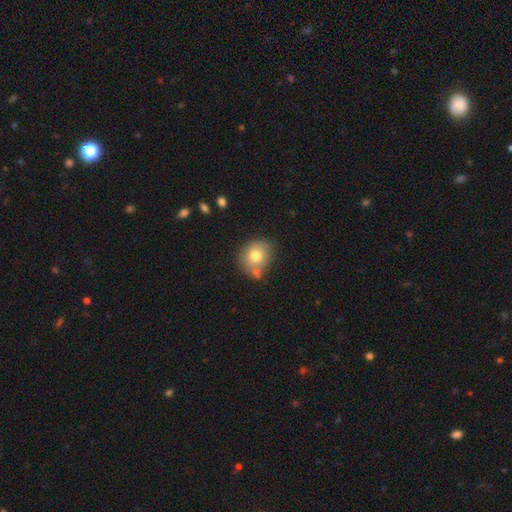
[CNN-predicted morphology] type=smooth (75%); roundness=round (73%); merging=none (59%).